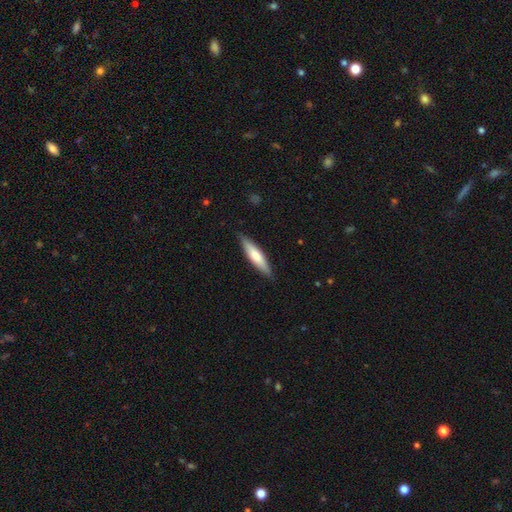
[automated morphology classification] smooth-or-featured: smooth: 60% | featured or disk: 35% | star or artifact: 5%
  how-rounded: cigar-shaped: 76% | in between: 23% | round: 1%
  merging: none: 86% | minor disturbance: 11% | major disturbance: 2% | merger: 1%